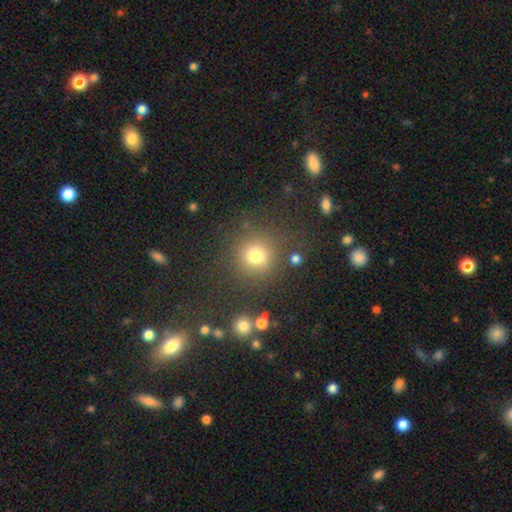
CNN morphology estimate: smooth_or_featured: smooth (p=0.75) [alt: star or artifact p=0.18]
how_rounded: round (p=0.91) [alt: in between p=0.08]
merging: none (p=0.80) [alt: minor disturbance p=0.09]